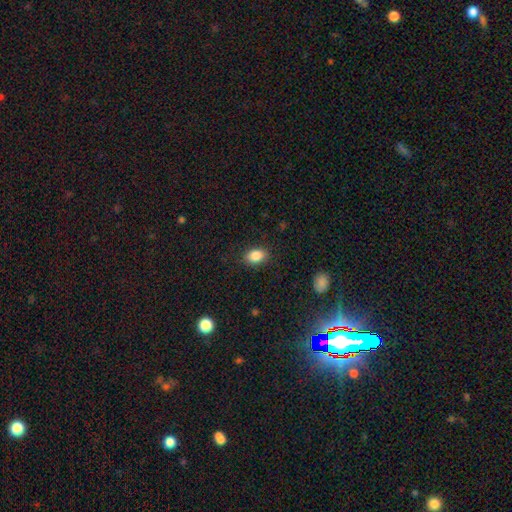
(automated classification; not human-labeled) Overall: smooth (87%). How rounded: in between (78%). Merging: none (86%).